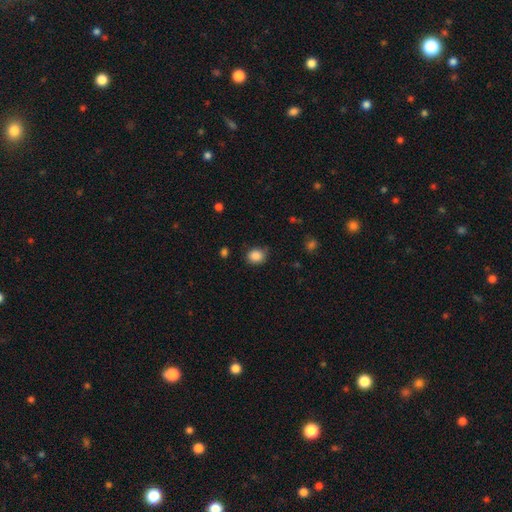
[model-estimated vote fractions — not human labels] smooth 87%, star or artifact 10%, featured or disk 4%. Down the decision tree: how rounded — round (67%); merging — none (77%).